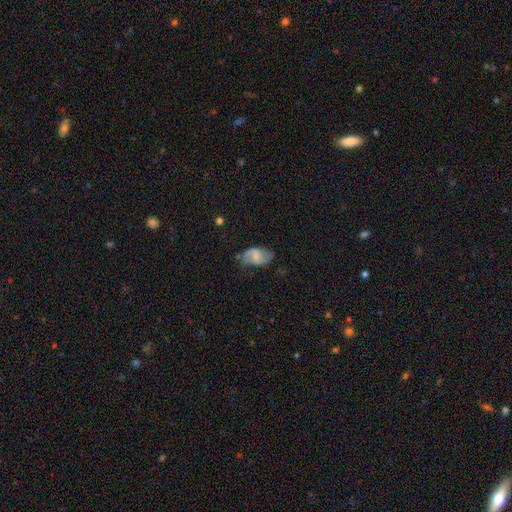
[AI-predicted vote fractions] This appears to be a featured or disk galaxy (53%) with a weak bar (51%), spiral arms (82%) and a small central bulge (32%, tied with none). Merging: none (55%).